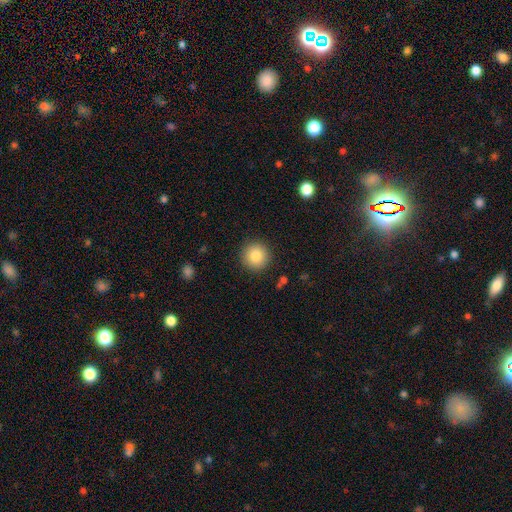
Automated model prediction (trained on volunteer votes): Morphology: type=smooth (84%); roundness=round (95%); merging=none (91%).